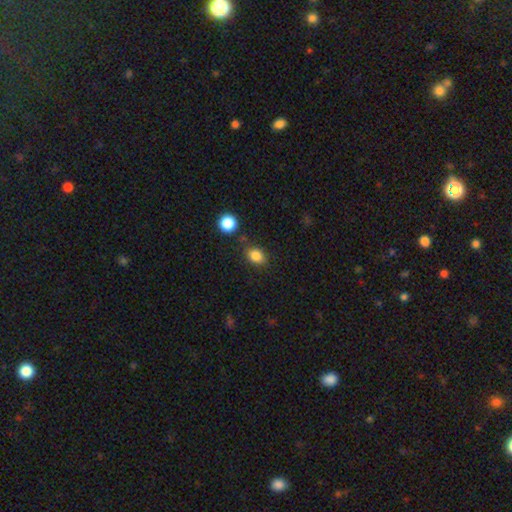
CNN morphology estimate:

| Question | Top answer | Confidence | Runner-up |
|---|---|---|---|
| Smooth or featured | smooth | 84% | star or artifact (10%) |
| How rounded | in between | 61% | round (38%) |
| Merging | none | 78% | minor disturbance (13%) |